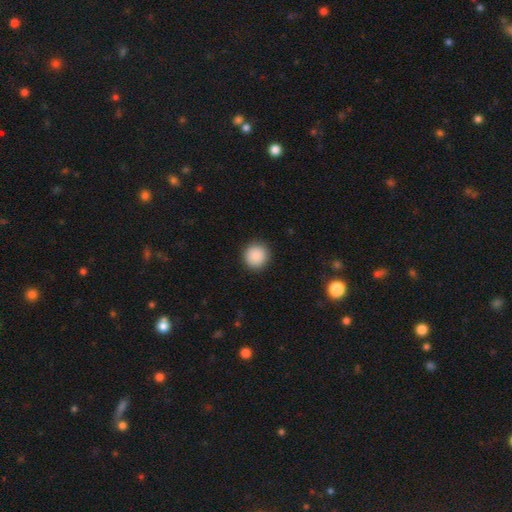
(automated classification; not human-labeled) Smooth or featured: smooth — 89% (star or artifact — 8%)
How rounded: round — 92% (in between — 7%)
Merging: none — 91% (minor disturbance — 6%)